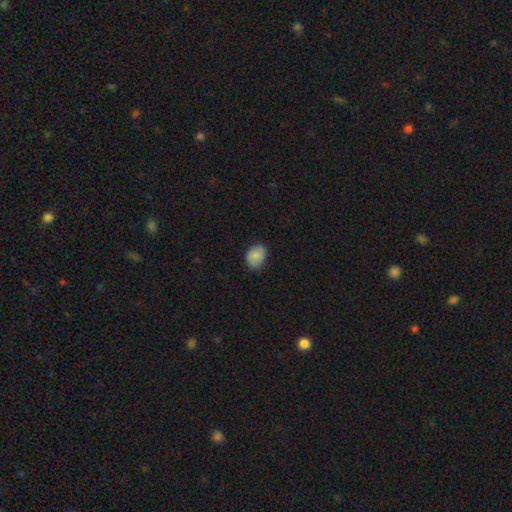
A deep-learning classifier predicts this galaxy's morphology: This appears to be a smooth galaxy with no disk features (82%) that is in between round and cigar-shaped (65%). Merging: none (78%).